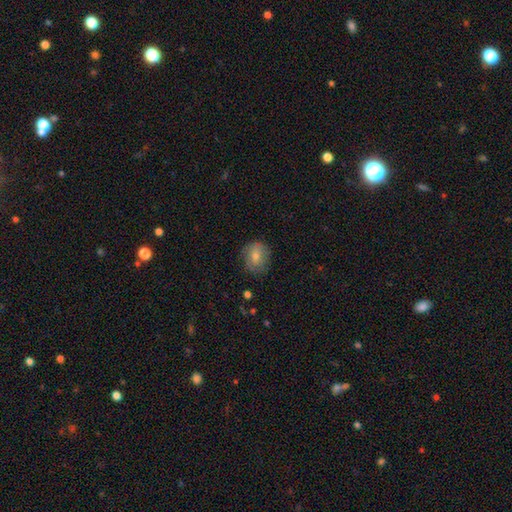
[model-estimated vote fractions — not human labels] smooth-or-featured: smooth: 71% | featured or disk: 21% | star or artifact: 8%
  how-rounded: round: 64% | in between: 35% | cigar-shaped: 1%
  merging: none: 73% | minor disturbance: 20% | major disturbance: 6% | merger: 1%